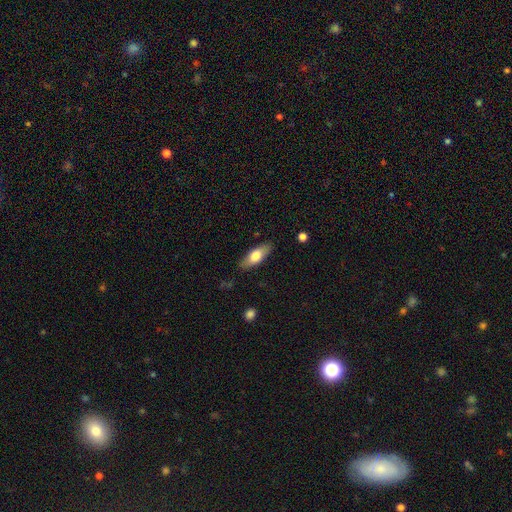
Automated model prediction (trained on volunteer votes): A smooth galaxy with no disk features (70%) that is in between round and cigar-shaped (71%).

Vote fractions:
- Smooth or featured? smooth: 70% / featured or disk: 24% / star or artifact: 6%
- How rounded? in between: 71% / cigar-shaped: 26% / round: 2%
- Merging? none: 85% / minor disturbance: 11% / major disturbance: 2% / merger: 1%